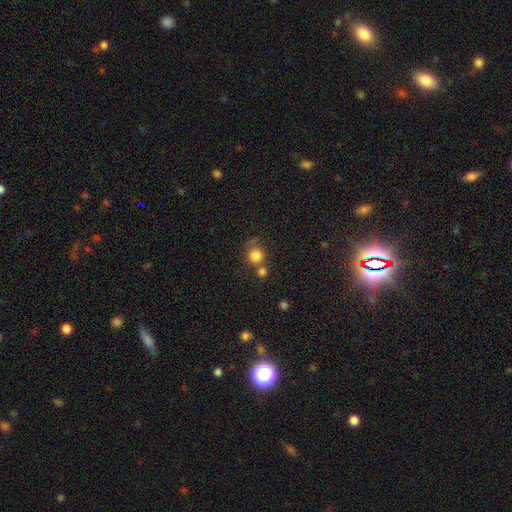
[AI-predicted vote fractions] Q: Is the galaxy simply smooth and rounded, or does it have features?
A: smooth — 81%.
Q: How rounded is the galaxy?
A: round — 91%.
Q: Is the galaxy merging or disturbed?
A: none — 56%.